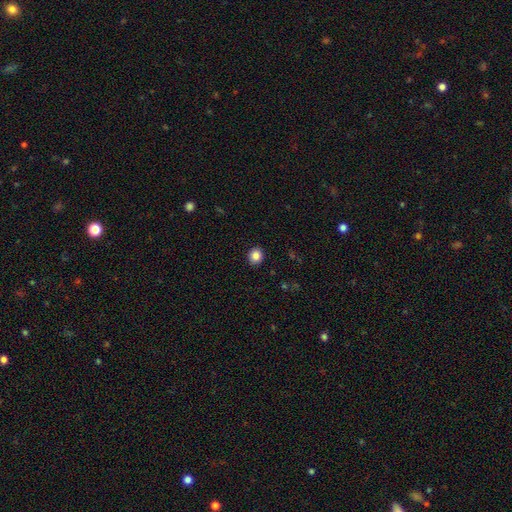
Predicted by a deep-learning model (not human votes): A smooth galaxy with no disk features (86%) that is round (78%).

Vote fractions:
- Smooth or featured? smooth: 86% / star or artifact: 10% / featured or disk: 5%
- How rounded? round: 78% / in between: 21% / cigar-shaped: 1%
- Merging? none: 91% / minor disturbance: 6% / major disturbance: 2% / merger: 1%